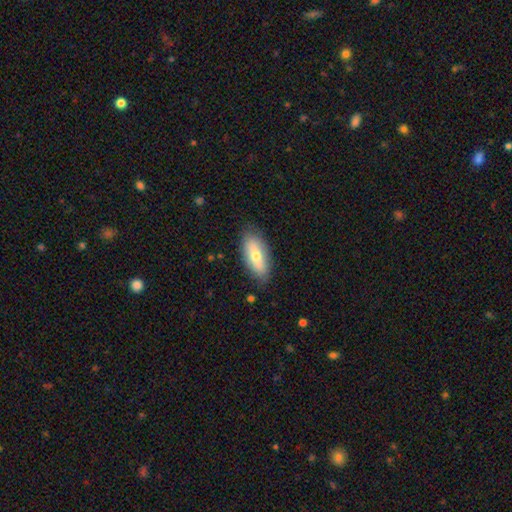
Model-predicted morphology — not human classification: smooth_or_featured: smooth (p=0.62) [alt: featured or disk p=0.32]
how_rounded: in between (p=0.78) [alt: cigar-shaped p=0.19]
merging: none (p=0.82) [alt: minor disturbance p=0.14]